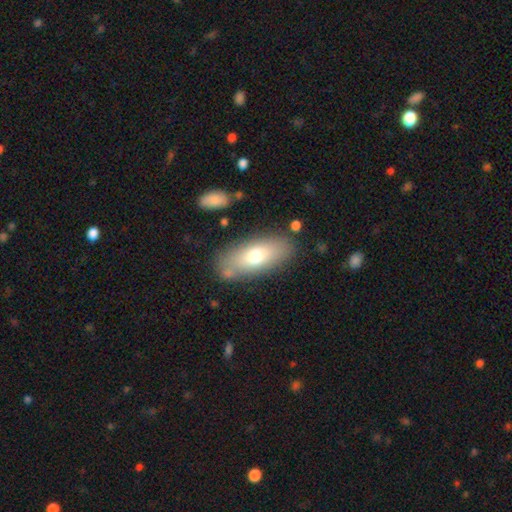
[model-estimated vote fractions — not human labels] Q: Smooth or featured?
A: smooth (70%); runner-up: featured or disk (23%)
Q: How rounded?
A: in between (80%); runner-up: cigar-shaped (17%)
Q: Merging?
A: none (78%); runner-up: minor disturbance (13%)